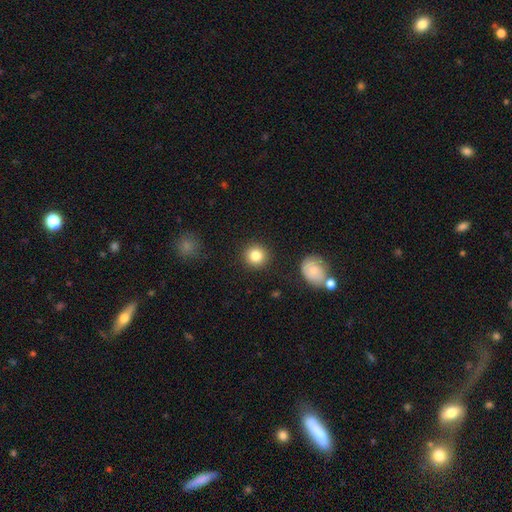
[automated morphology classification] A smooth galaxy with no disk features (84%) that is round (92%). Merging: none (89%).